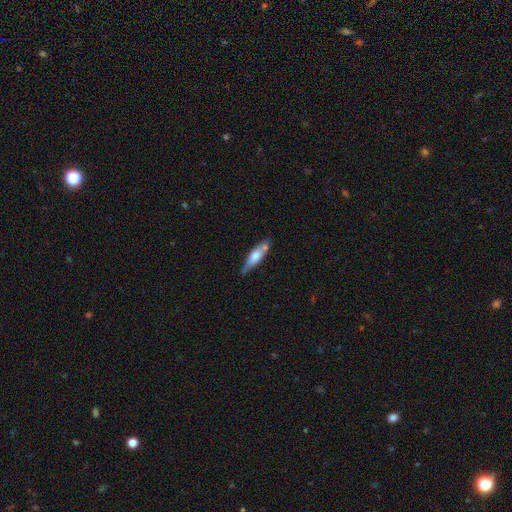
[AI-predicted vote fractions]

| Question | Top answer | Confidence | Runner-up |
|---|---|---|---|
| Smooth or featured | smooth | 52% | featured or disk (42%) |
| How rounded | cigar-shaped | 65% | in between (33%) |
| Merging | none | 66% | minor disturbance (19%) |